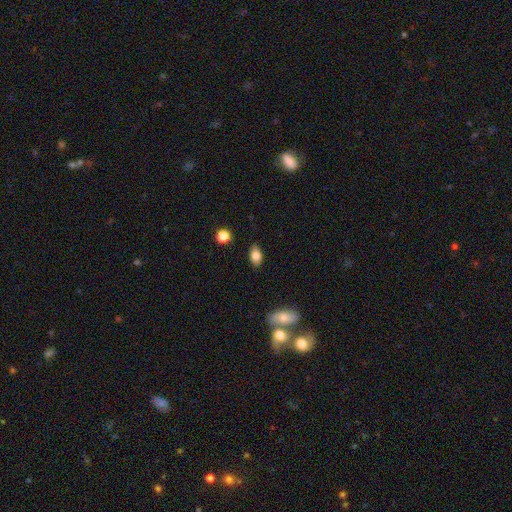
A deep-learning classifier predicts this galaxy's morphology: This is clearly a smooth galaxy (81%). How rounded: clearly in between (88%). Merging: clearly none (85%).